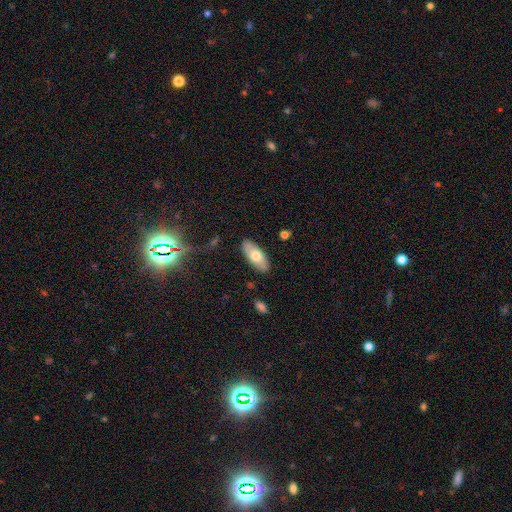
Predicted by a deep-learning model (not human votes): smooth-or-featured: smooth: 69% | featured or disk: 24% | star or artifact: 6%
  how-rounded: in between: 88% | cigar-shaped: 10% | round: 2%
  merging: none: 87% | minor disturbance: 10% | major disturbance: 2% | merger: 1%